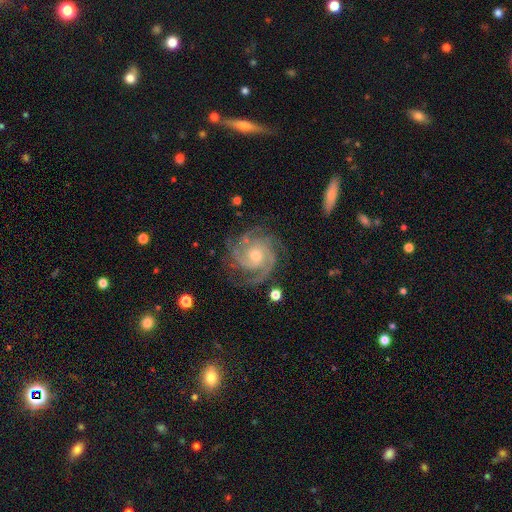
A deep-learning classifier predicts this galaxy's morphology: Overall: featured or disk (92%). Edge-on disk: no (98%). Bar: no (71%). Spiral arms: yes (98%). Spiral arm count: 3 (47%; 4 17%). Spiral winding: tight (67%; medium 30%). Bulge size: small (51%; moderate 45%). Merging: none (78%).